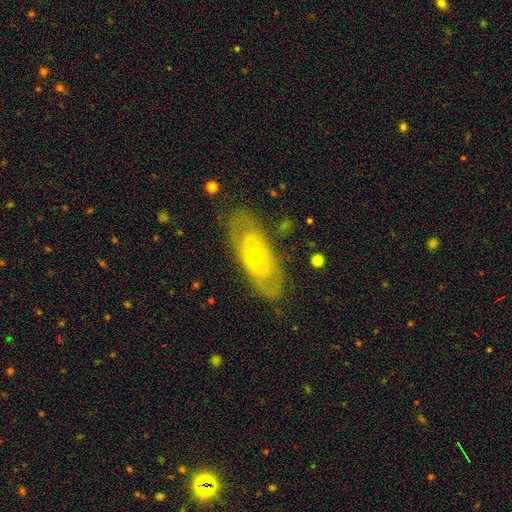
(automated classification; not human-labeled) The model was most divided on "bulge size": small: 52%, moderate: 44%, large: 2%, none: 1%, dominant: 1%. More confident: bar — no (86%); edge-on disk — no (83%); merging — none (77%); smooth or featured — featured or disk (66%); spiral arms — no (61%).